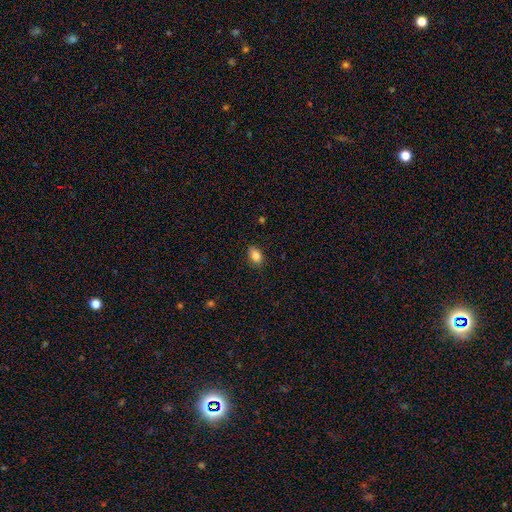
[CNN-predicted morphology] Smooth or featured? smooth (86%)
How rounded? in between (87%)
Merging? none (85%)